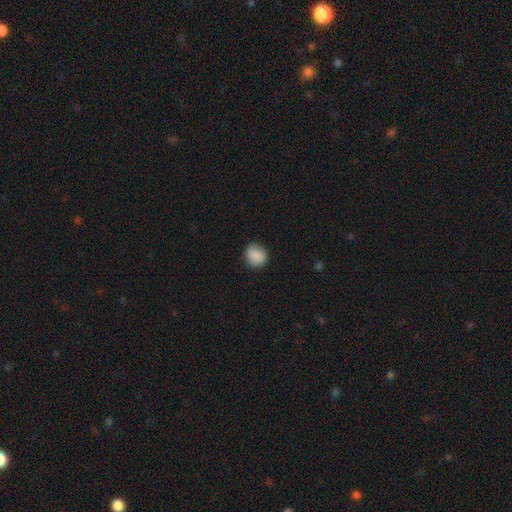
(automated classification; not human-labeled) Smooth or featured? Predicted: smooth (p=0.87). How rounded? Predicted: round (p=0.82). Merging? Predicted: none (p=0.82).